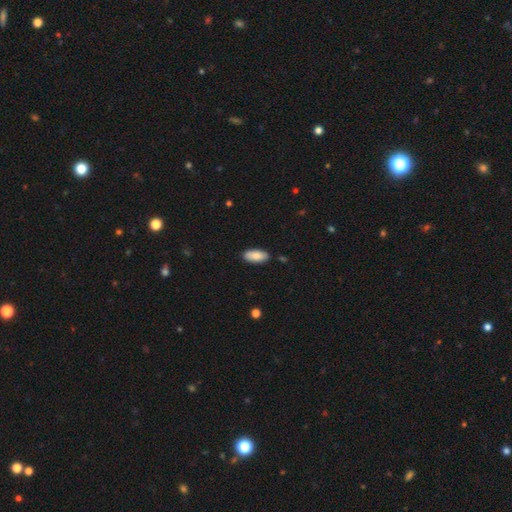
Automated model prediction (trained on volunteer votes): A smooth galaxy with no disk features (86%) that is in between round and cigar-shaped (89%). Merging: none (87%).